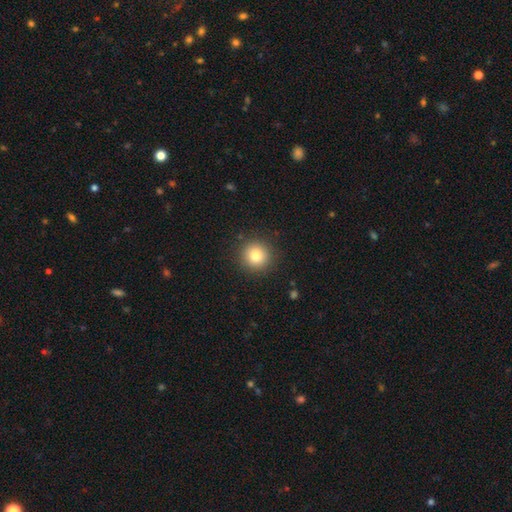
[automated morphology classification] This is clearly a smooth galaxy (80%). How rounded: clearly round (94%). Merging: clearly none (90%).